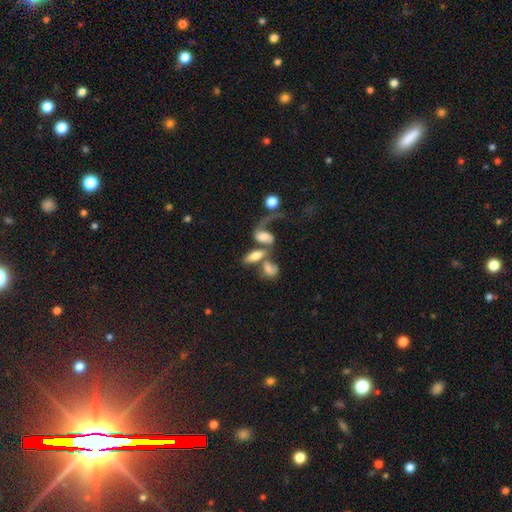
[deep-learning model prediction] smooth-or-featured: smooth: 57% | featured or disk: 33% | star or artifact: 10%
  how-rounded: in between: 81% | cigar-shaped: 11% | round: 7%
  merging: merger: 51% | none: 24% | major disturbance: 15% | minor disturbance: 10%